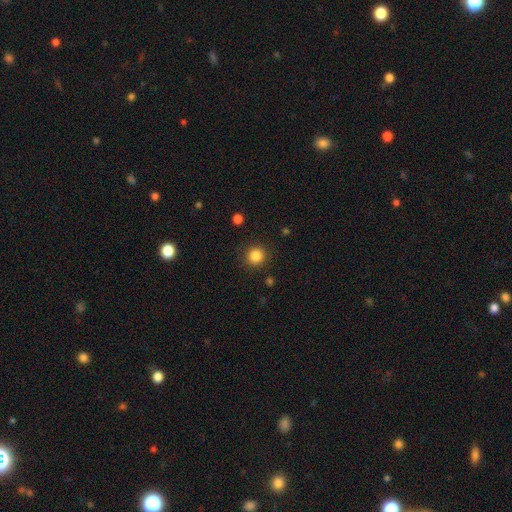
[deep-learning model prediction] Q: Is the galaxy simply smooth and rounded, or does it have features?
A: smooth — 84%.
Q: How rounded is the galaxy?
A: round — 94%.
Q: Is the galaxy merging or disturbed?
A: none — 90%.